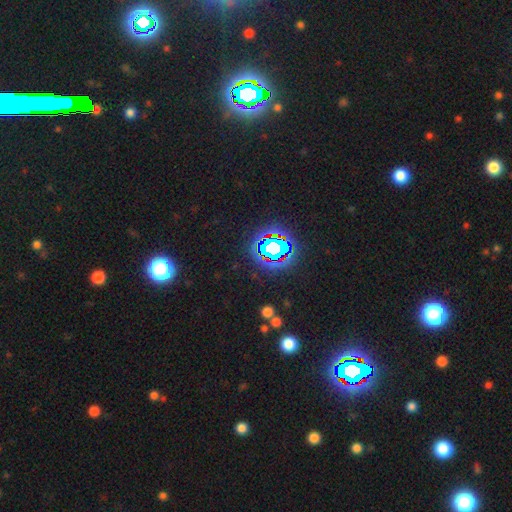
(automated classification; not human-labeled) Q: Smooth or featured?
A: star or artifact (82%); runner-up: smooth (11%)